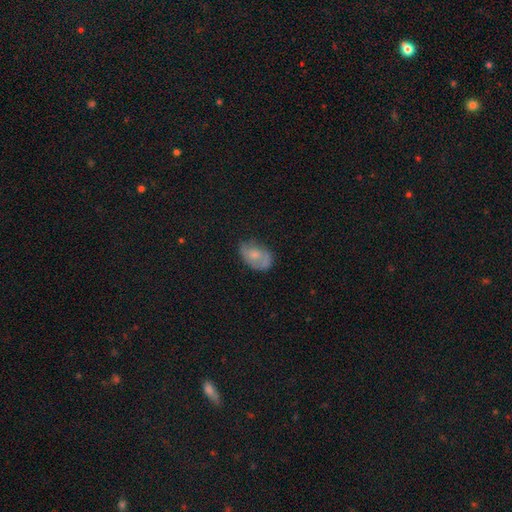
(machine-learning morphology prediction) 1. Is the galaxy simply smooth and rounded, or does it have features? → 52% smooth, 39% featured or disk, 9% star or artifact.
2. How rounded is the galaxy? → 86% in between, 13% round, 2% cigar-shaped.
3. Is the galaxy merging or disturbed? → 58% none, 28% minor disturbance, 12% major disturbance, 3% merger.